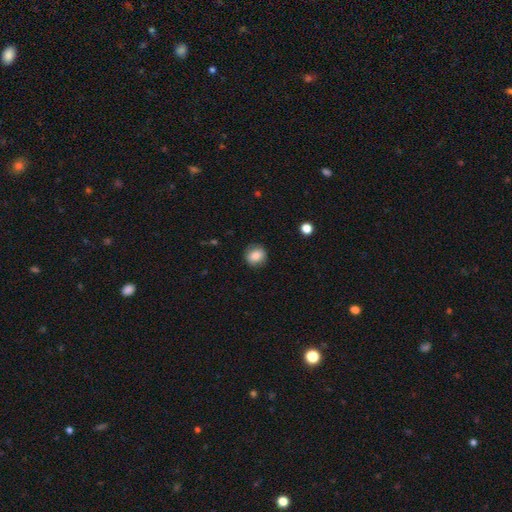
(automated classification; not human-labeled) This is clearly a smooth galaxy (84%). How rounded: clearly round (81%). Merging: clearly none (85%).